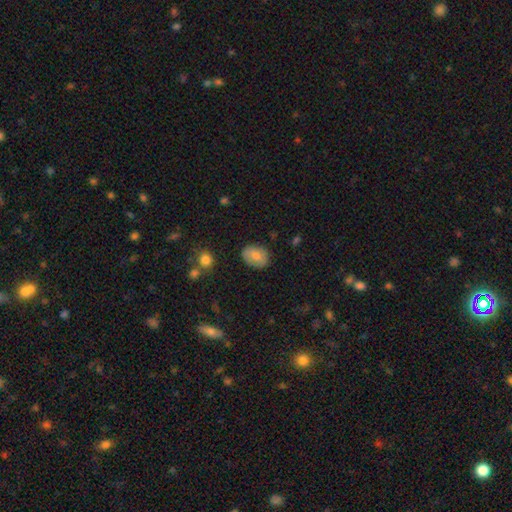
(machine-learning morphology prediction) smooth_or_featured: smooth (p=0.74) [alt: featured or disk p=0.19]
how_rounded: in between (p=0.68) [alt: round p=0.30]
merging: none (p=0.81) [alt: minor disturbance p=0.15]